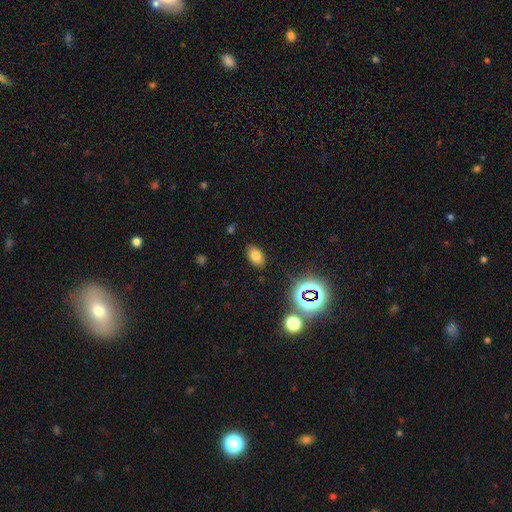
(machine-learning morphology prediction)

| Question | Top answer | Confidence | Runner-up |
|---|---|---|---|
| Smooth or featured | smooth | 74% | star or artifact (17%) |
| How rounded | in between | 87% | round (11%) |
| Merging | none | 86% | minor disturbance (10%) |